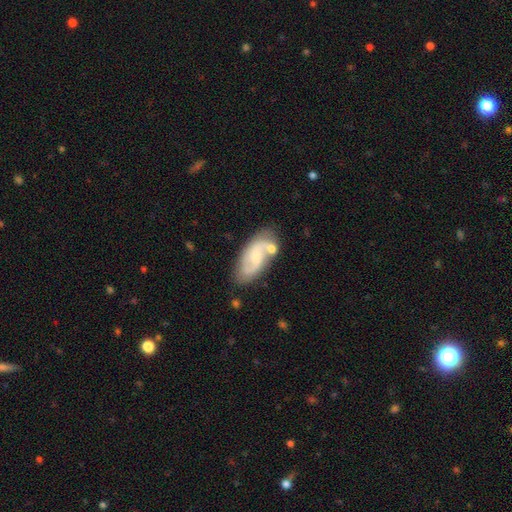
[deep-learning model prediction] smooth-or-featured: featured or disk: 67% | smooth: 26% | star or artifact: 7%
  disk-edge-on: no: 95% | yes: 5%
    bar: weak: 47% | no: 39% | strong: 14%
    has-spiral-arms: yes: 91% | no: 9%
      spiral-winding: medium: 45% | loose: 37% | tight: 18%
      spiral-arm-count: 2: 83% | can't tell: 9% | 1: 4% | 3: 2% | 4: 1% | more than 4: 1%
    bulge-size: small: 46% | none: 26% | moderate: 24% | large: 3% | dominant: 1%
  merging: none: 63% | minor disturbance: 18% | merger: 13% | major disturbance: 6%